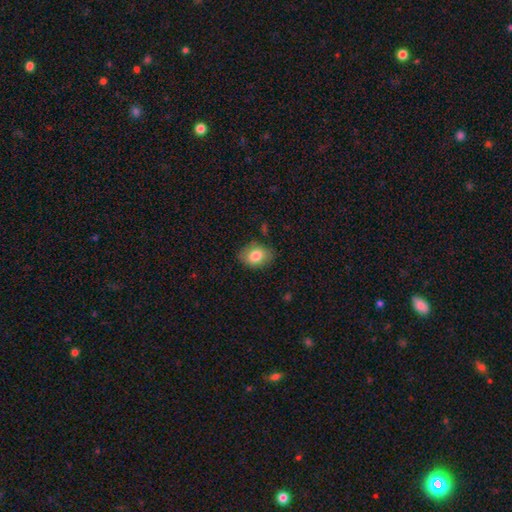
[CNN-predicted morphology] A smooth galaxy with no disk features (81%) that is in between round and cigar-shaped (70%).

Vote fractions:
- Smooth or featured? smooth: 81% / featured or disk: 11% / star or artifact: 8%
- How rounded? in between: 70% / round: 29% / cigar-shaped: 1%
- Merging? none: 77% / minor disturbance: 17% / major disturbance: 4% / merger: 2%